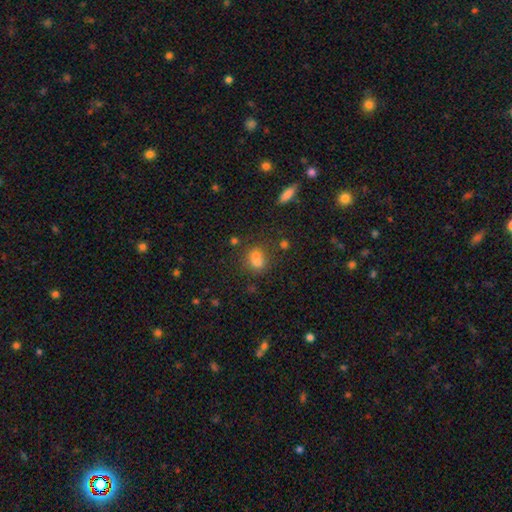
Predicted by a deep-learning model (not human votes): smooth_or_featured: smooth (p=0.68) [alt: star or artifact p=0.19]
how_rounded: round (p=0.57) [alt: in between p=0.41]
merging: merger (p=0.44) [alt: none p=0.41]